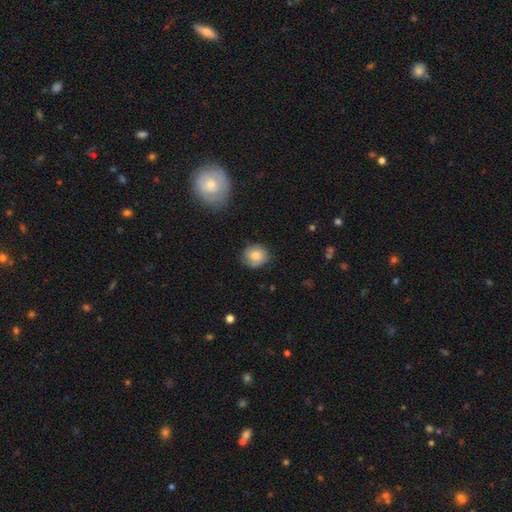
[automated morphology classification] A smooth galaxy with no disk features (78%) that is round (76%).

Vote fractions:
- Smooth or featured? smooth: 78% / featured or disk: 14% / star or artifact: 8%
- How rounded? round: 76% / in between: 23% / cigar-shaped: 1%
- Merging? none: 73% / minor disturbance: 21% / major disturbance: 5% / merger: 1%